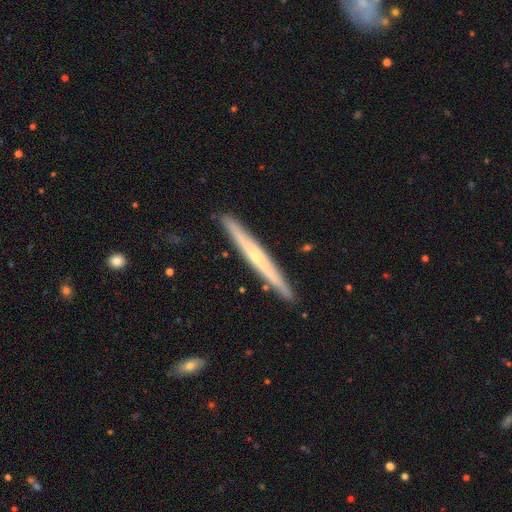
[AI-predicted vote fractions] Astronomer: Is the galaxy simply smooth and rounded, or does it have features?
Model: featured or disk — 59% (runner-up: smooth, 36%).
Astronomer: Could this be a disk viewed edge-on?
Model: yes — 97%.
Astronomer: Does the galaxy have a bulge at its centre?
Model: none — 55% (runner-up: rounded, 38%).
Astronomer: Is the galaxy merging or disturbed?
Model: none — 91%.